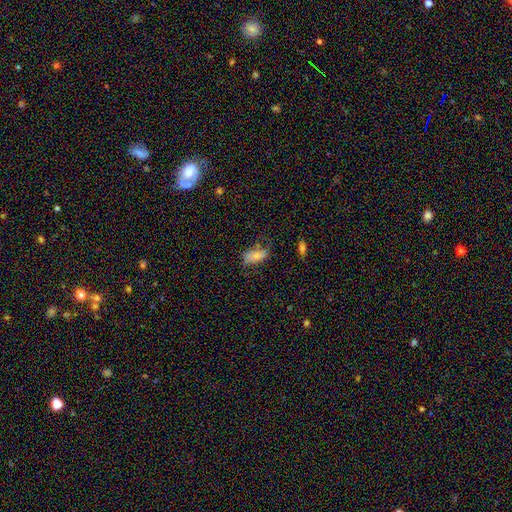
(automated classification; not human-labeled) A smooth galaxy with no disk features (70%) that is in between round and cigar-shaped (86%).

Vote fractions:
- Smooth or featured? smooth: 70% / featured or disk: 21% / star or artifact: 9%
- How rounded? in between: 86% / cigar-shaped: 11% / round: 3%
- Merging? none: 52% / minor disturbance: 30% / major disturbance: 14% / merger: 3%